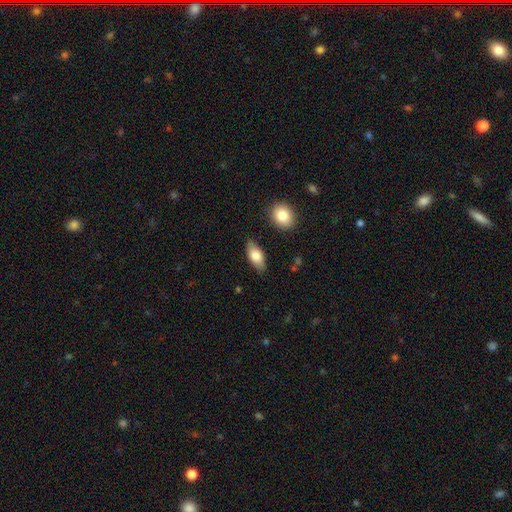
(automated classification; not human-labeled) Q: Smooth or featured?
A: smooth (76%); runner-up: featured or disk (18%)
Q: How rounded?
A: in between (87%); runner-up: cigar-shaped (9%)
Q: Merging?
A: none (83%); runner-up: minor disturbance (12%)